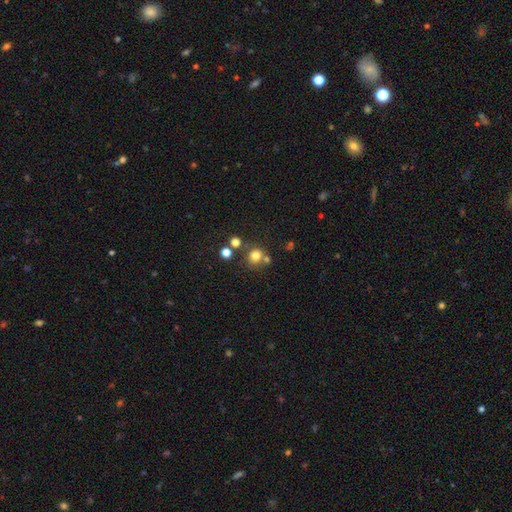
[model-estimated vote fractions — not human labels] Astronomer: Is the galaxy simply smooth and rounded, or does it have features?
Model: smooth — 75%.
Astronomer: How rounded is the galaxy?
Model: round — 87%.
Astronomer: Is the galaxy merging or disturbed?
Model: none — 65%.